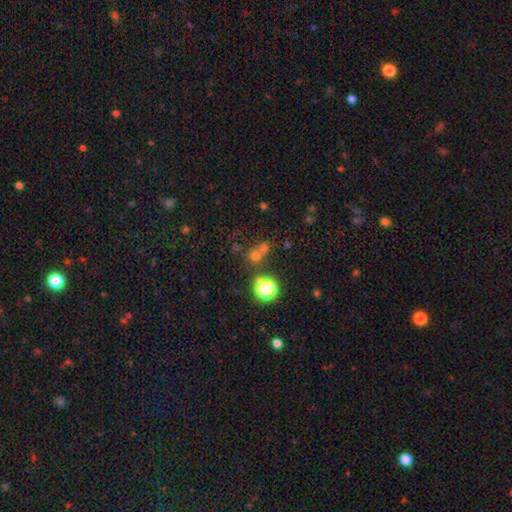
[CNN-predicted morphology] smooth-or-featured: smooth: 58% | star or artifact: 31% | featured or disk: 11%
  how-rounded: round: 84% | in between: 15% | cigar-shaped: 1%
  merging: none: 48% | merger: 40% | minor disturbance: 7% | major disturbance: 5%